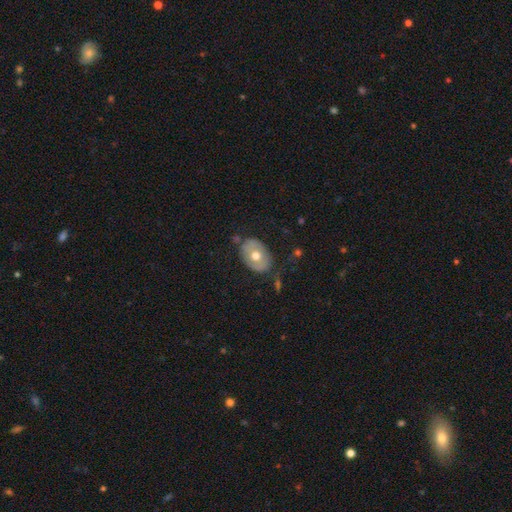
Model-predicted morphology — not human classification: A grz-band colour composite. It shows a smooth galaxy with no disk features (56%) that is in between round and cigar-shaped (74%). Merging: none (72%).